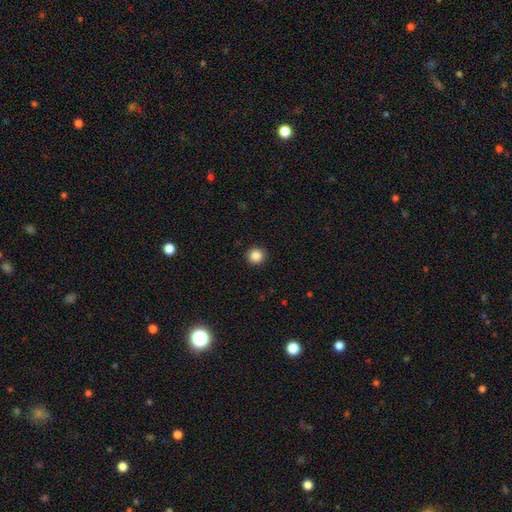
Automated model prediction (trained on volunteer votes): A smooth galaxy with no disk features (87%) that is round (95%).

Vote fractions:
- Smooth or featured? smooth: 87% / star or artifact: 10% / featured or disk: 3%
- How rounded? round: 95% / in between: 4% / cigar-shaped: 1%
- Merging? none: 92% / minor disturbance: 5% / major disturbance: 2% / merger: 1%